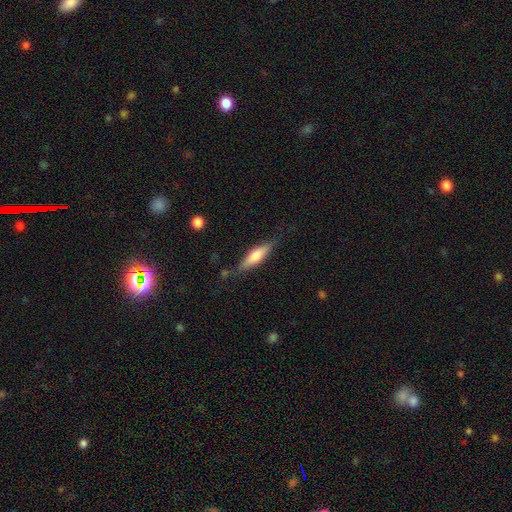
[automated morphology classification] Smooth or featured?
  - smooth: 61% *
  - featured or disk: 33%
  - star or artifact: 6%
How rounded?
  - cigar-shaped: 63% *
  - in between: 35%
  - round: 2%
Merging?
  - none: 76% *
  - minor disturbance: 17%
  - major disturbance: 5%
  - merger: 3%